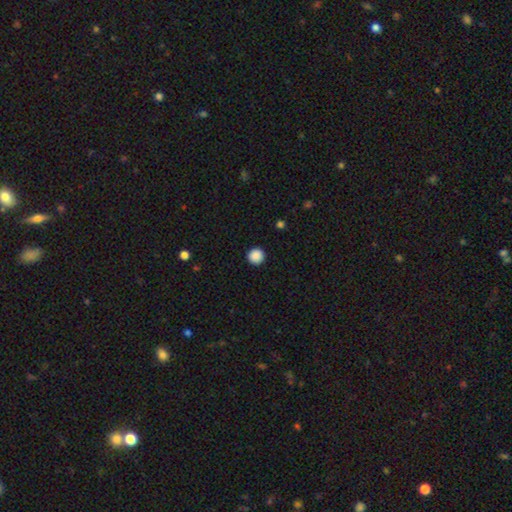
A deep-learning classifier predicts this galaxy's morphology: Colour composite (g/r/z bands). It shows a smooth galaxy with no disk features (89%) that is round (95%). Merging: none (93%).